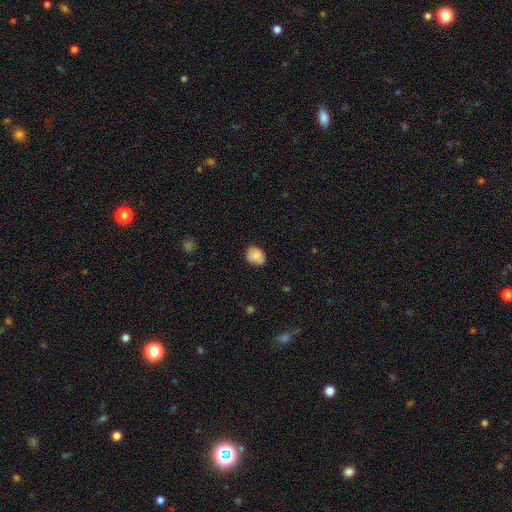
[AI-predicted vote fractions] A smooth galaxy with no disk features (82%) that is in between round and cigar-shaped (56%).

Vote fractions:
- Smooth or featured? smooth: 82% / featured or disk: 10% / star or artifact: 8%
- How rounded? in between: 56% / round: 43% / cigar-shaped: 1%
- Merging? none: 71% / minor disturbance: 23% / major disturbance: 4% / merger: 1%